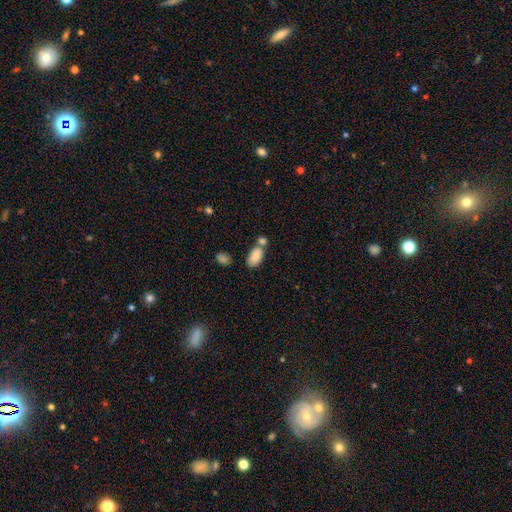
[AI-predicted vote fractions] smooth 85%, star or artifact 8%, featured or disk 7%. Down the decision tree: how rounded — in between (93%); merging — none (47%).